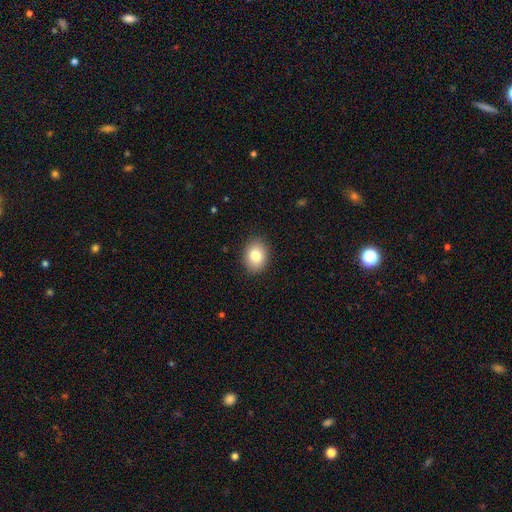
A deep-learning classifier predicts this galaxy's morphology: A smooth galaxy with no disk features (83%) that is in between round and cigar-shaped (54%).

Vote fractions:
- Smooth or featured? smooth: 83% / featured or disk: 9% / star or artifact: 9%
- How rounded? in between: 54% / round: 45% / cigar-shaped: 1%
- Merging? none: 89% / minor disturbance: 8% / major disturbance: 2% / merger: 1%